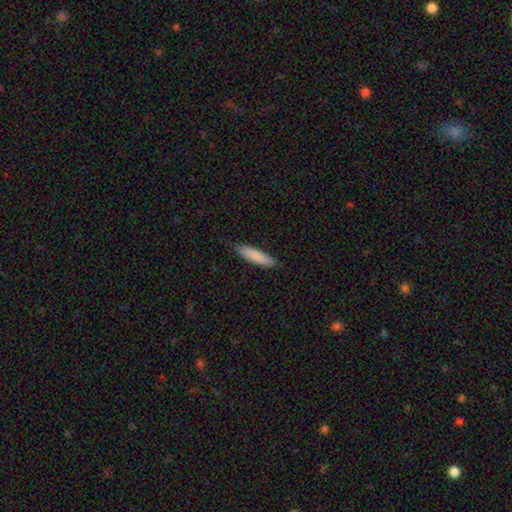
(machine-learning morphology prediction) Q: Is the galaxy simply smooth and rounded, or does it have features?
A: smooth — 84%.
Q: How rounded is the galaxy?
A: cigar-shaped — 71%.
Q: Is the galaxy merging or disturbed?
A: none — 82%.